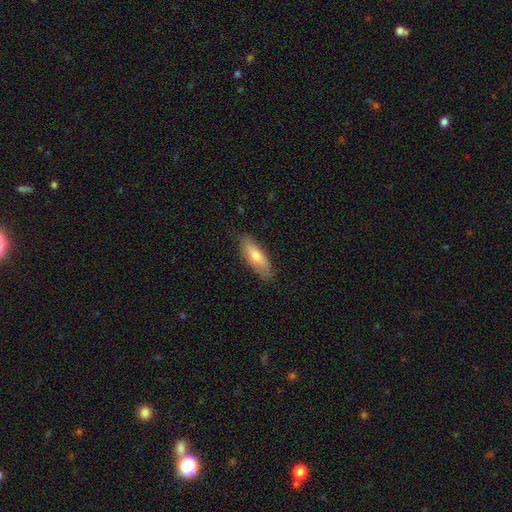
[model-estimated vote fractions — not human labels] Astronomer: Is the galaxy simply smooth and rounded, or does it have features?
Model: smooth — 71%.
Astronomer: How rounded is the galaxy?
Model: in between — 55% (runner-up: cigar-shaped, 43%).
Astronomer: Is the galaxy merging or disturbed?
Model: none — 81%.